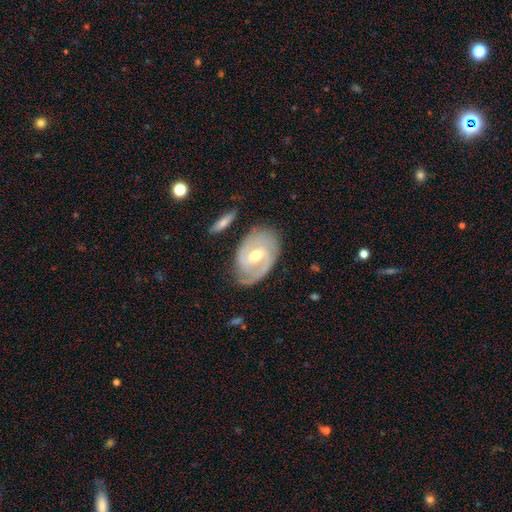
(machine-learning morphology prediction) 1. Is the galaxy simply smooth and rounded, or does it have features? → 84% featured or disk, 11% smooth, 5% star or artifact.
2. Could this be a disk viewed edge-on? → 96% no, 4% yes.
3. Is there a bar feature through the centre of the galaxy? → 53% weak, 26% no, 21% strong.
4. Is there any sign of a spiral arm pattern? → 94% yes, 6% no.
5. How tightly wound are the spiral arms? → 55% tight, 35% medium, 10% loose.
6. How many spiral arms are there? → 66% 2, 14% can't tell, 9% 3, 6% 1, 2% 4, 2% more than 4.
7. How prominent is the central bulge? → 68% moderate, 27% small, 3% large, 1% none, 1% dominant.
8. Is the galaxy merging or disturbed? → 73% none, 18% minor disturbance, 6% major disturbance, 2% merger.